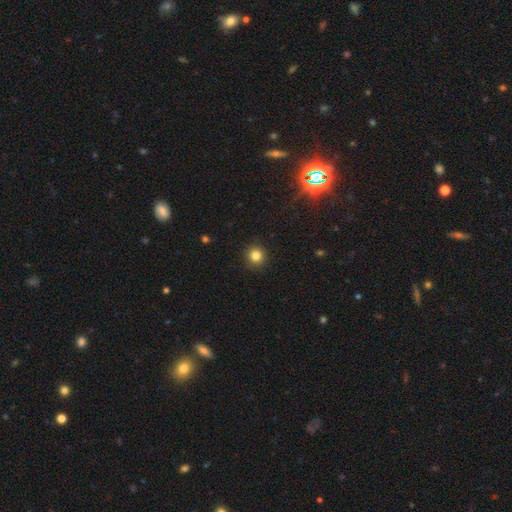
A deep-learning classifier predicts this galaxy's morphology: type=smooth (83%); roundness=round (93%); merging=none (92%).